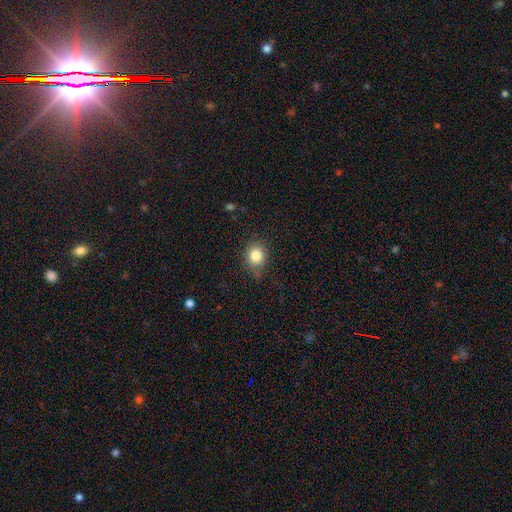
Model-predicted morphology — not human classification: The model was most divided on "how rounded": round: 72%, in between: 27%, cigar-shaped: 1%. More confident: smooth or featured — smooth (84%); merging — none (80%).